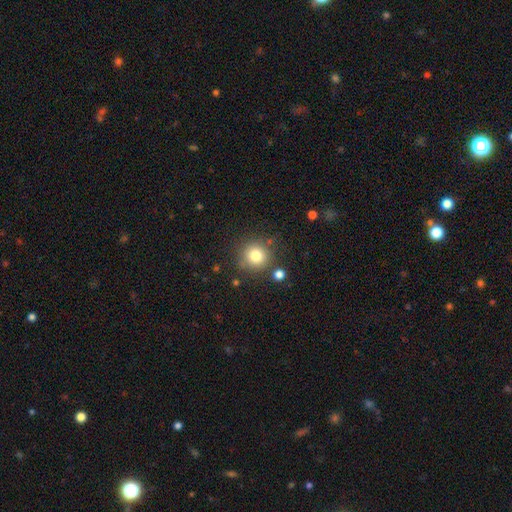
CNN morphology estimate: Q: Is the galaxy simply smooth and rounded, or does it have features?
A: smooth — 80%.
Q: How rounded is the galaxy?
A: round — 93%.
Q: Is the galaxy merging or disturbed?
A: none — 81%.